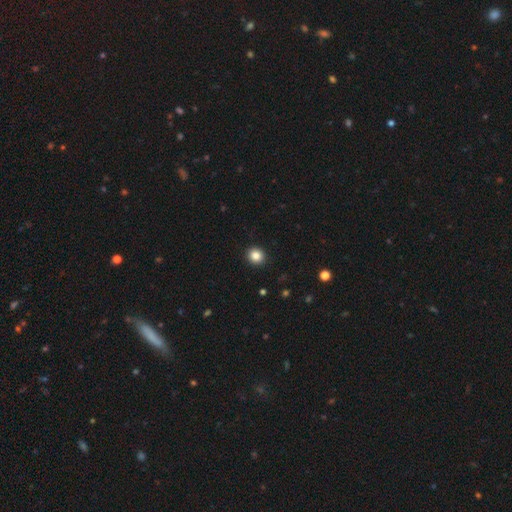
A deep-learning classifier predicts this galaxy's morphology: smooth-or-featured: smooth: 85% | star or artifact: 10% | featured or disk: 4%
  how-rounded: round: 85% | in between: 14% | cigar-shaped: 1%
  merging: none: 93% | minor disturbance: 5% | major disturbance: 2% | merger: 1%